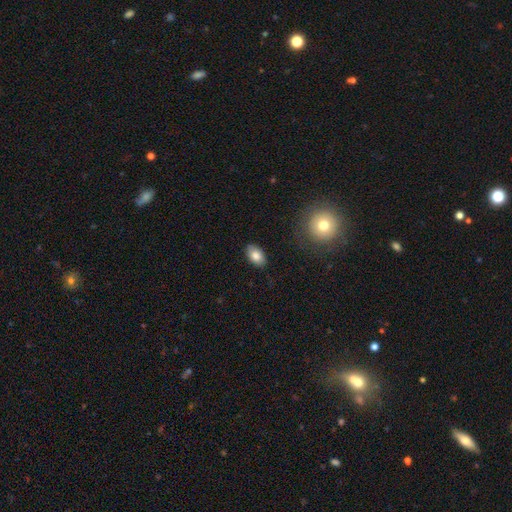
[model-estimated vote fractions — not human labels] smooth-or-featured: smooth: 82% | featured or disk: 10% | star or artifact: 8%
  how-rounded: in between: 91% | round: 8% | cigar-shaped: 1%
  merging: none: 86% | minor disturbance: 10% | major disturbance: 2% | merger: 1%